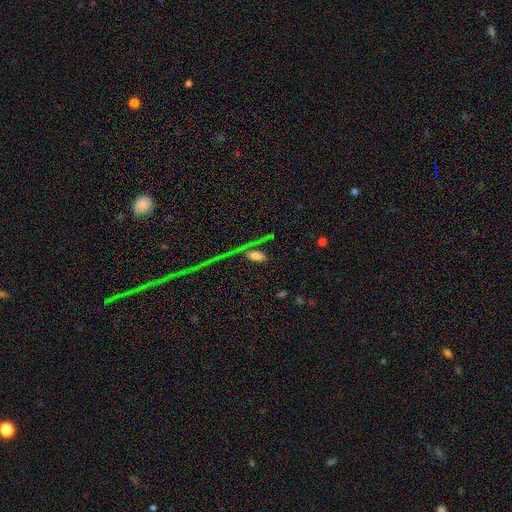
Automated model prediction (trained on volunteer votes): Smooth or featured: smooth — 61% (star or artifact — 19%)
How rounded: in between — 83% (cigar-shaped — 10%)
Merging: none — 60% (minor disturbance — 17%)